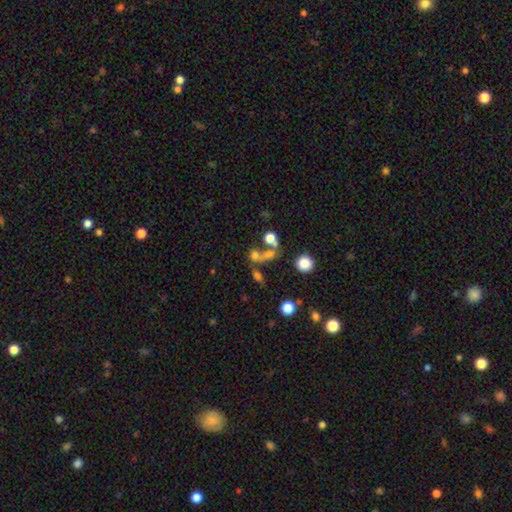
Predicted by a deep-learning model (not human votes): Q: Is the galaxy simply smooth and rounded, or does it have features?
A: smooth — 57%.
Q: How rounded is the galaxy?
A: round — 55%.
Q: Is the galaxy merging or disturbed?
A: merger — 50%.